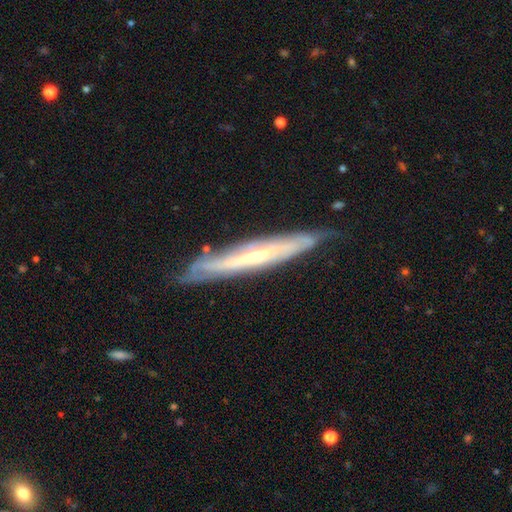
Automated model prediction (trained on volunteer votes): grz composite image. It shows a featured or disk galaxy (76%) viewed edge-on (74%) with a rounded central bulge (55%). Merging: none (74%).